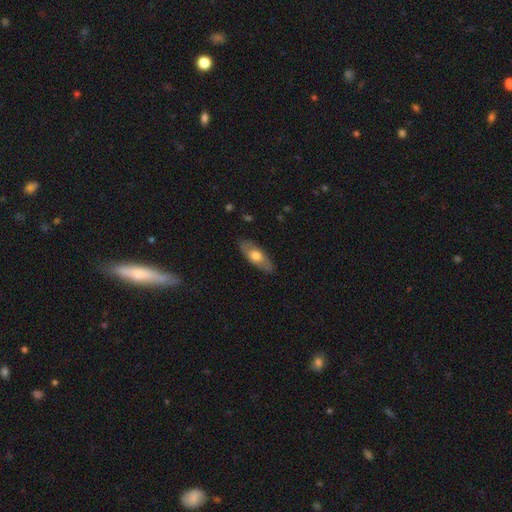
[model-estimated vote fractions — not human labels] This is likely a smooth galaxy (61%). How rounded: likely in between (75%). Merging: clearly none (85%).